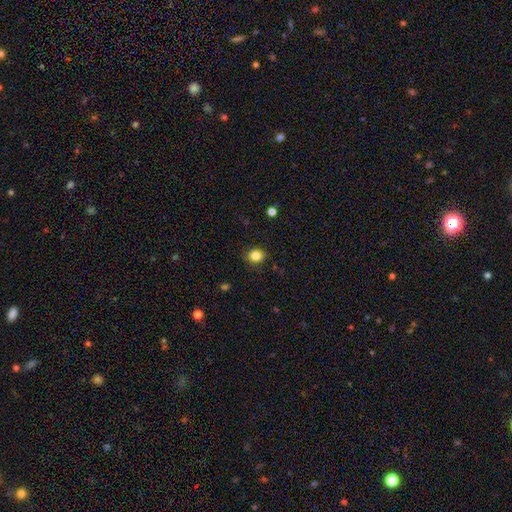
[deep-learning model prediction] Overall: smooth (84%). How rounded: round (59%; in between 40%). Merging: none (87%).